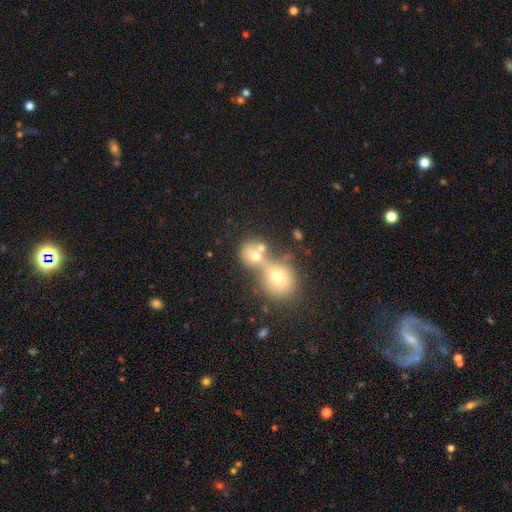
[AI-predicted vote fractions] smooth_or_featured: smooth (p=0.66) [alt: featured or disk p=0.21]
how_rounded: round (p=0.73) [alt: in between p=0.25]
merging: merger (p=0.70) [alt: none p=0.20]